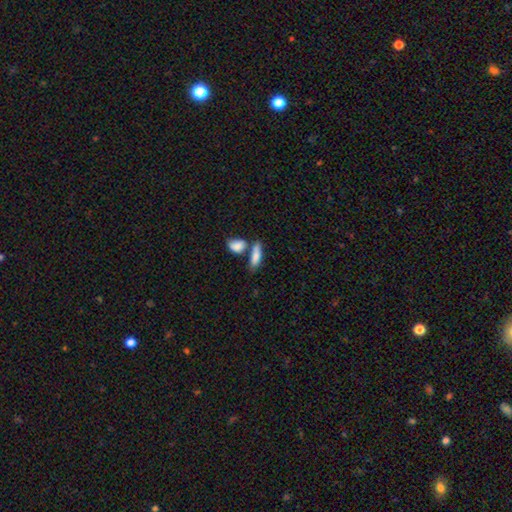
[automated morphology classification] This appears to be a smooth galaxy with no disk features (80%) that is in between round and cigar-shaped (63%). Merging: none (45%).